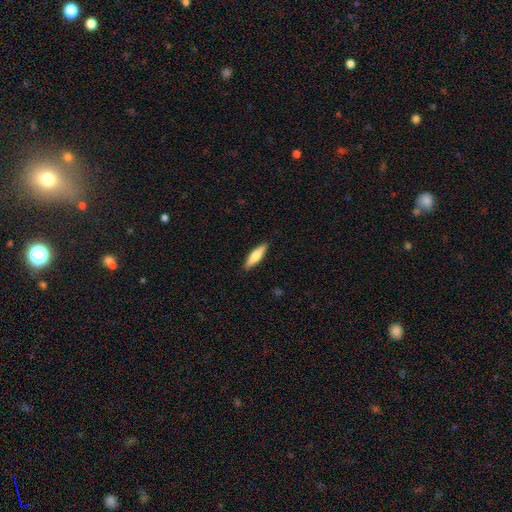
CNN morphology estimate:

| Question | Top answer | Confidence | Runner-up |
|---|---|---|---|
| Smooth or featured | smooth | 66% | featured or disk (28%) |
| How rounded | cigar-shaped | 69% | in between (29%) |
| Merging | none | 90% | minor disturbance (8%) |